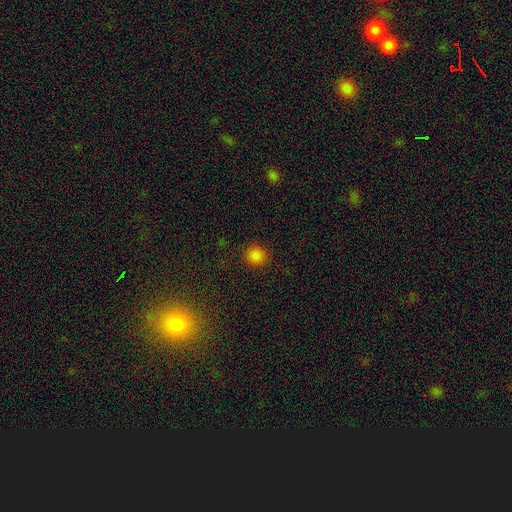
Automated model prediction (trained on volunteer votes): smooth 83%, star or artifact 14%, featured or disk 3%. Down the decision tree: how rounded — round (88%); merging — none (89%).